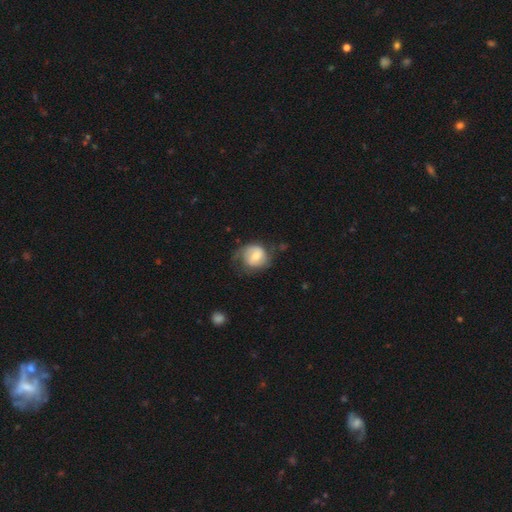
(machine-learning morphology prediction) featured or disk 56%, smooth 37%, star or artifact 7%. Down the decision tree: edge-on disk — no (97%); bar — weak (48%); spiral arms — yes (84%); bulge size — moderate (59%); merging — none (54%).